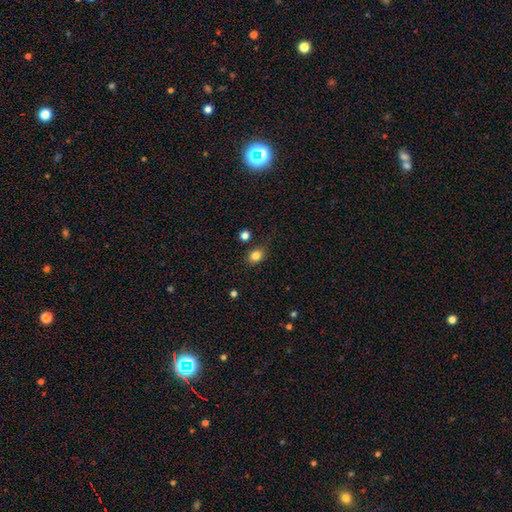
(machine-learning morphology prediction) smooth 82%, star or artifact 12%, featured or disk 6%. Down the decision tree: how rounded — round (50%); merging — none (78%).